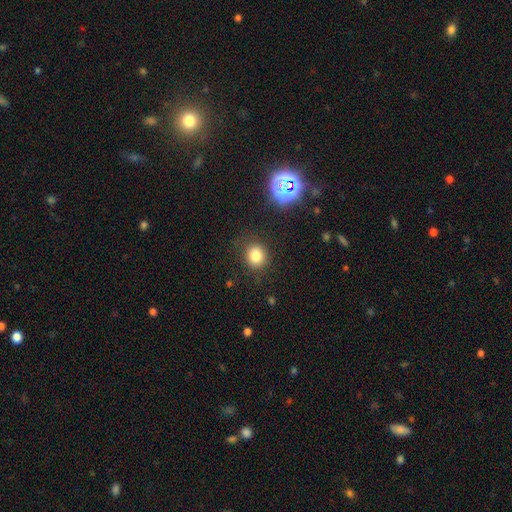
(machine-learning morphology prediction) smooth_or_featured: smooth (p=0.79) [alt: star or artifact p=0.14]
how_rounded: round (p=0.77) [alt: in between p=0.22]
merging: none (p=0.85) [alt: minor disturbance p=0.10]